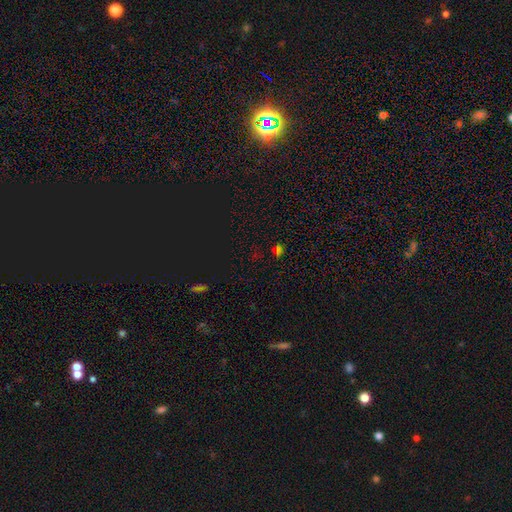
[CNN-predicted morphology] A star or artifact, not a galaxy (64%).

Vote fractions:
- Smooth or featured? star or artifact: 64% / smooth: 29% / featured or disk: 7%